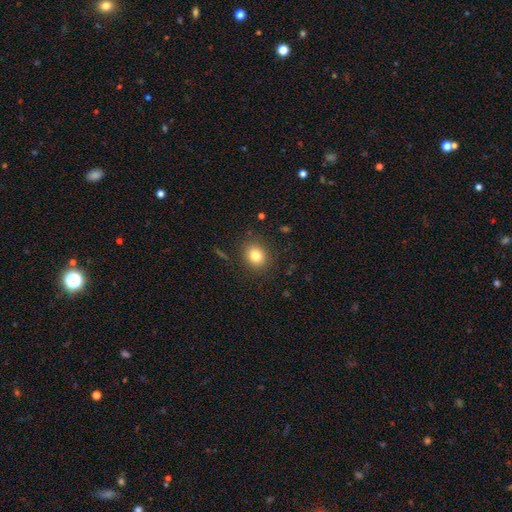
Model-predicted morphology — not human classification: A smooth galaxy with no disk features (81%) that is round (67%). Merging: none (87%).